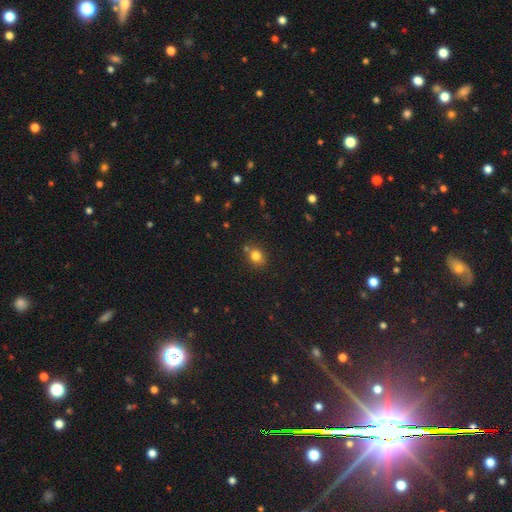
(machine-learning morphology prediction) Smooth or featured?
  - smooth: 79% *
  - star or artifact: 13%
  - featured or disk: 7%
How rounded?
  - round: 69% *
  - in between: 30%
  - cigar-shaped: 1%
Merging?
  - none: 71% *
  - minor disturbance: 13%
  - merger: 12%
  - major disturbance: 3%